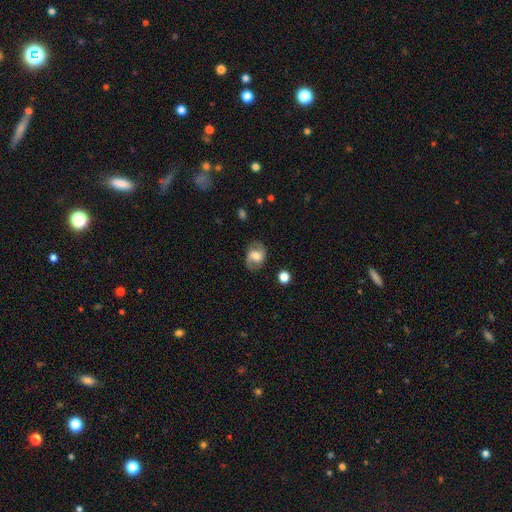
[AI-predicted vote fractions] Morphology: type=featured or disk (64%); edge-on=no (97%); bar=weak (46%); spiral arms=yes (89%); winding=medium (49%); arm count=2 (88%); bulge=moderate (47%); merging=none (78%).